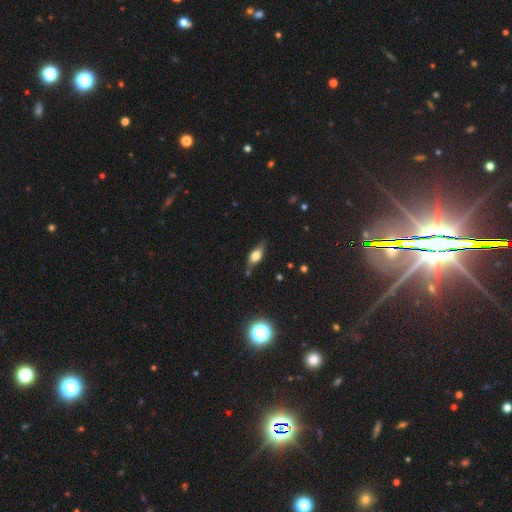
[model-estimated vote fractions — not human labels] A smooth galaxy with no disk features (54%) that is in between round and cigar-shaped (69%).

Vote fractions:
- Smooth or featured? smooth: 54% / featured or disk: 36% / star or artifact: 10%
- How rounded? in between: 69% / cigar-shaped: 25% / round: 6%
- Merging? none: 73% / minor disturbance: 20% / major disturbance: 4% / merger: 3%